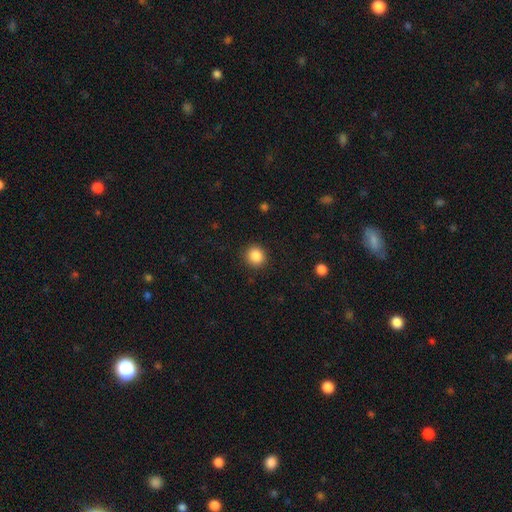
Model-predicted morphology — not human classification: This appears to be a smooth galaxy with no disk features (87%) that is round (87%). Merging: none (90%).